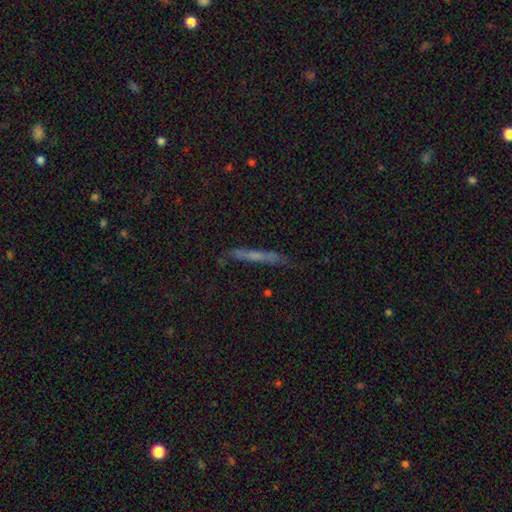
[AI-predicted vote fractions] Smooth or featured? Predicted: smooth (p=0.47). Merging? Predicted: none (p=0.73).